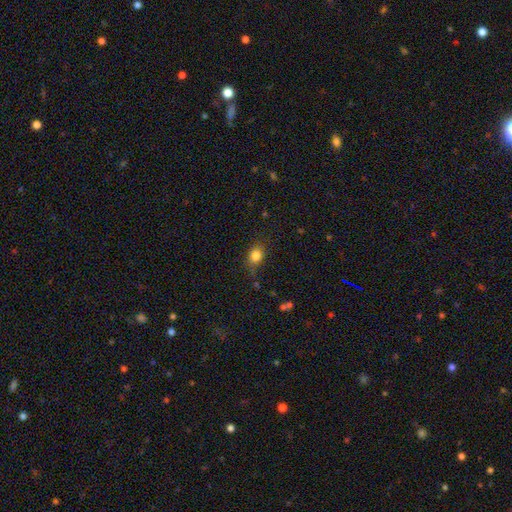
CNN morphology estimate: The model was most divided on "how rounded": in between: 54%, round: 45%, cigar-shaped: 1%. More confident: smooth or featured — smooth (83%); merging — none (76%).